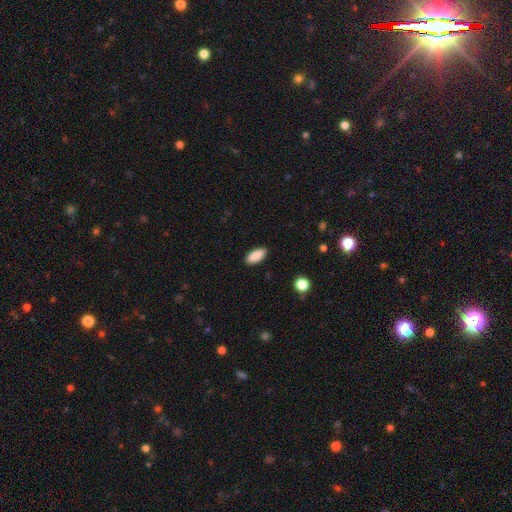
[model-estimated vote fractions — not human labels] Smooth or featured?
  - smooth: 90% *
  - star or artifact: 7%
  - featured or disk: 4%
How rounded?
  - in between: 88% *
  - cigar-shaped: 10%
  - round: 2%
Merging?
  - none: 89% *
  - minor disturbance: 8%
  - major disturbance: 2%
  - merger: 1%